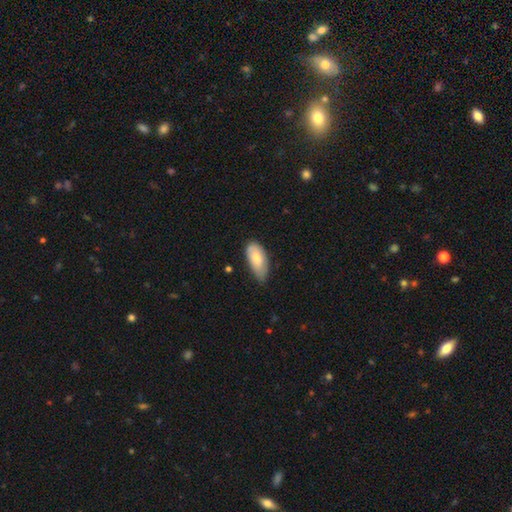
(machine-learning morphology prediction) Smooth or featured?
  - smooth: 74% *
  - featured or disk: 20%
  - star or artifact: 6%
How rounded?
  - in between: 92% *
  - cigar-shaped: 6%
  - round: 2%
Merging?
  - none: 49% *
  - minor disturbance: 42%
  - major disturbance: 7%
  - merger: 2%